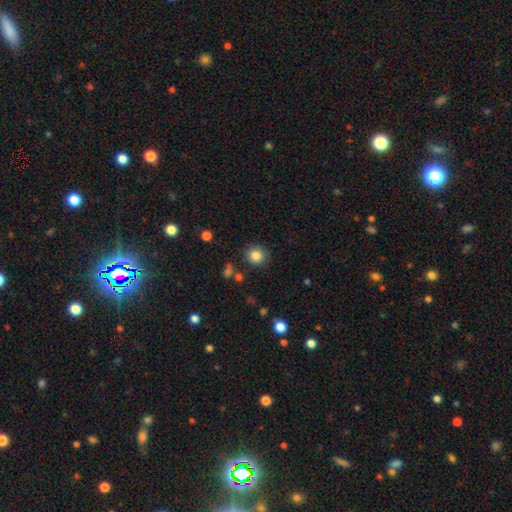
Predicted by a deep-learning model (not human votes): Morphology: type=smooth (84%); roundness=round (88%); merging=none (83%).